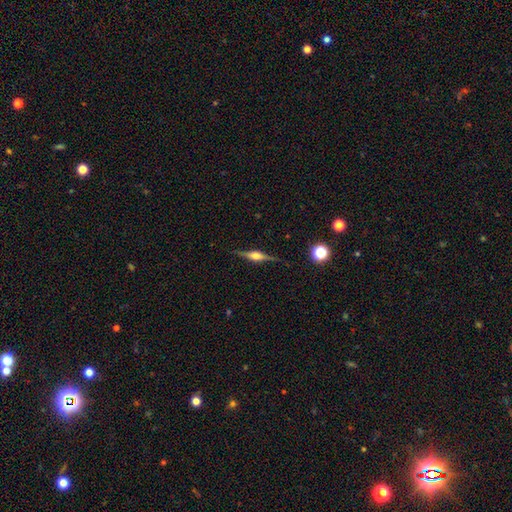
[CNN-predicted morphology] Overall: featured or disk (80%). Edge-on disk: yes (98%). Edge-on bulge: rounded (86%). Merging: none (88%).